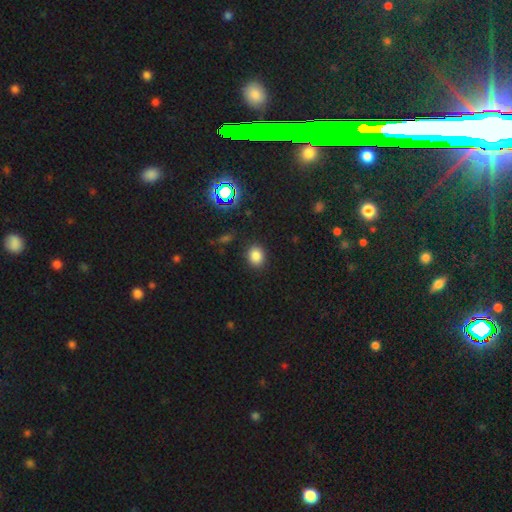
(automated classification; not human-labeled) A smooth galaxy with no disk features (80%) that is round (54%). Merging: none (87%).